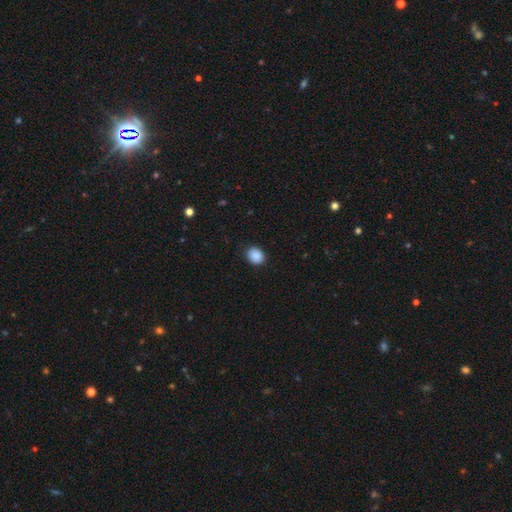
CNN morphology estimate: Smooth or featured: smooth — 89% (star or artifact — 8%)
How rounded: round — 61% (in between — 38%)
Merging: none — 89% (minor disturbance — 8%)